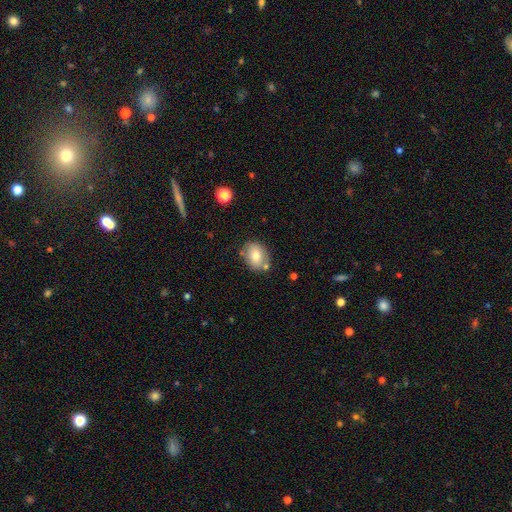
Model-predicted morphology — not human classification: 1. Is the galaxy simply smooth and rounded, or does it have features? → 72% smooth, 19% featured or disk, 9% star or artifact.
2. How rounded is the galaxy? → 59% in between, 39% round, 1% cigar-shaped.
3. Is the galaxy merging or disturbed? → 73% none, 15% minor disturbance, 8% merger, 4% major disturbance.